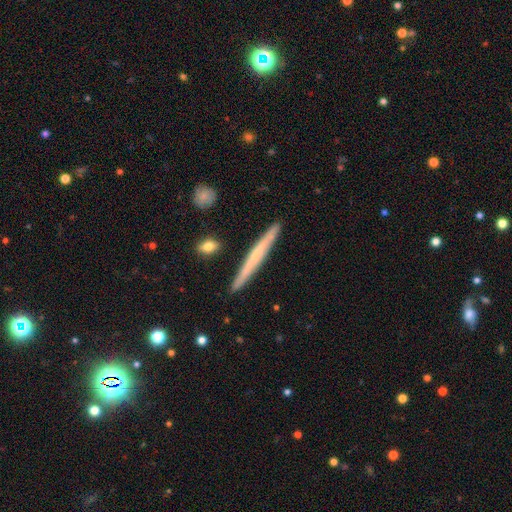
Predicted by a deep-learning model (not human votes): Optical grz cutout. It shows a featured or disk galaxy (49%). Merging: none (90%).